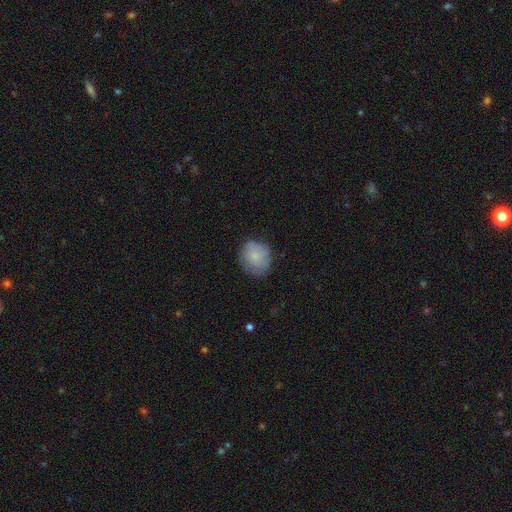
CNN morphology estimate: The model was most divided on "merging": none: 70%, minor disturbance: 23%, major disturbance: 6%, merger: 1%. More confident: how rounded — round (78%); smooth or featured — smooth (77%).